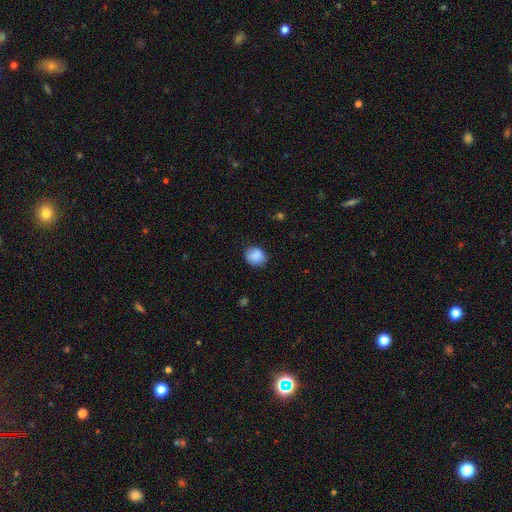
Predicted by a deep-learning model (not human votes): This appears to be a smooth galaxy with no disk features (86%) that is round (71%). Merging: none (80%).